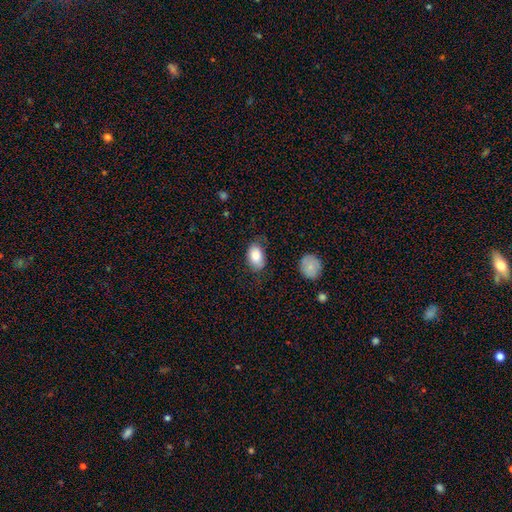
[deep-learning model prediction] Q: Smooth or featured?
A: smooth (84%); runner-up: featured or disk (9%)
Q: How rounded?
A: in between (89%); runner-up: round (9%)
Q: Merging?
A: none (69%); runner-up: minor disturbance (23%)